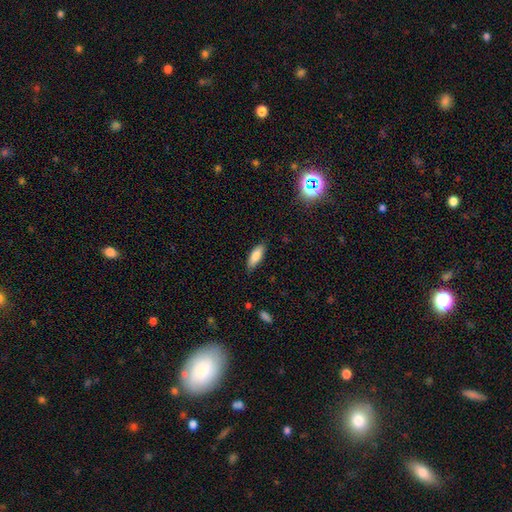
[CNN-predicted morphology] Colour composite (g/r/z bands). It shows a smooth galaxy with no disk features (81%) that is in between round and cigar-shaped (65%). Merging: none (82%).